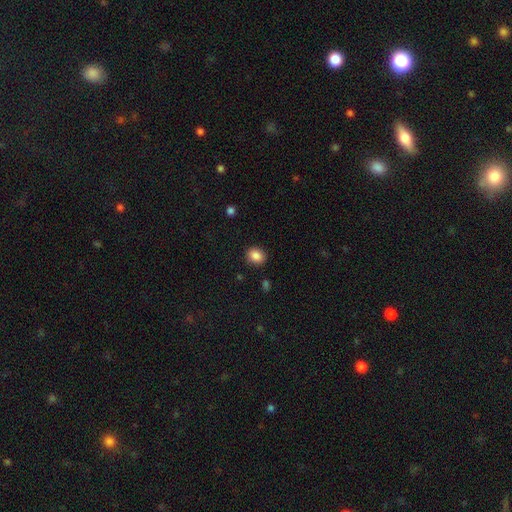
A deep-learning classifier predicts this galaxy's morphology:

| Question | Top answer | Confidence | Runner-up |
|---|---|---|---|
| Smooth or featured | smooth | 87% | star or artifact (9%) |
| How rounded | round | 60% | in between (39%) |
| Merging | none | 89% | minor disturbance (7%) |